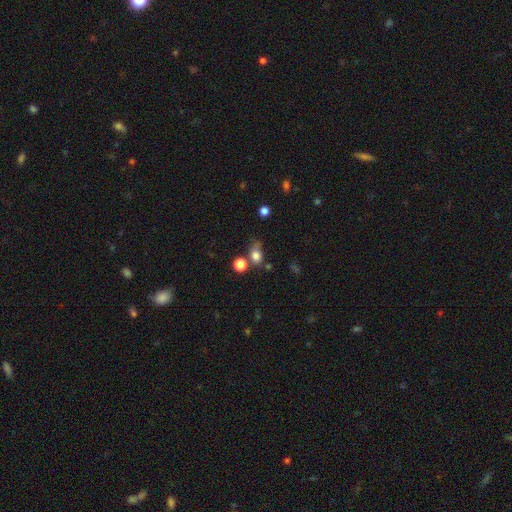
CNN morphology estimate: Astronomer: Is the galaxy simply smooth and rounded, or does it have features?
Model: smooth — 78%.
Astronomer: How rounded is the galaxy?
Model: round — 57% (runner-up: in between, 41%).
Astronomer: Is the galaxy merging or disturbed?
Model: none — 48%.